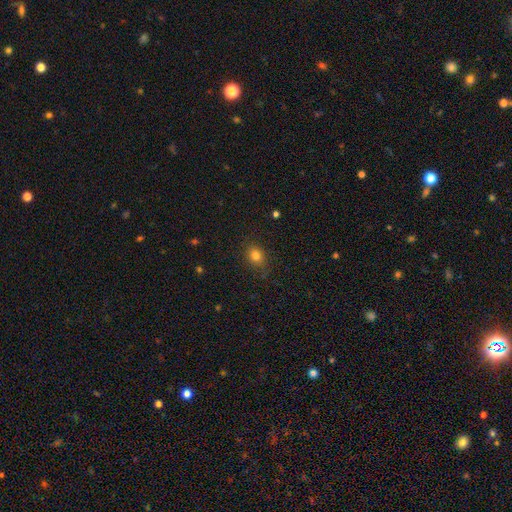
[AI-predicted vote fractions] Overall: smooth (81%). How rounded: round (59%; in between 40%). Merging: none (81%).